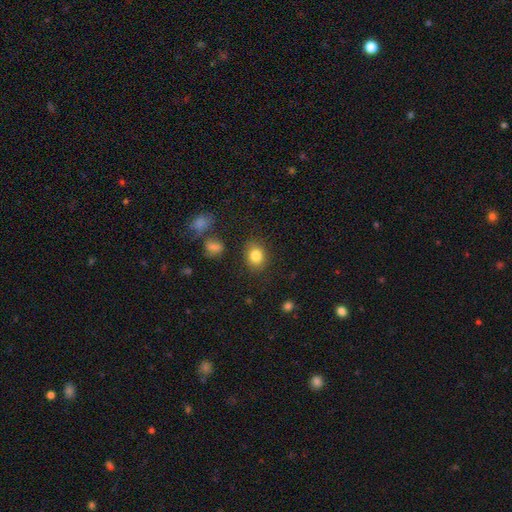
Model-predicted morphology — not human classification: This is clearly a smooth galaxy (83%). How rounded: possibly round (54%). Merging: clearly none (84%).